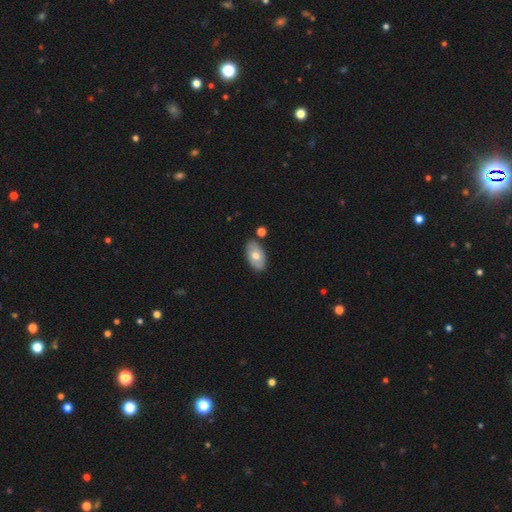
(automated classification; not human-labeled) A smooth galaxy with no disk features (68%) that is in between round and cigar-shaped (94%). Merging: none (81%).